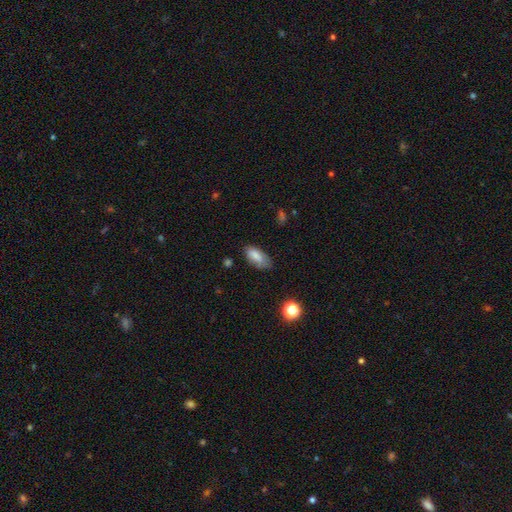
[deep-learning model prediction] smooth 81%, featured or disk 11%, star or artifact 8%. Down the decision tree: how rounded — in between (89%); merging — none (64%).